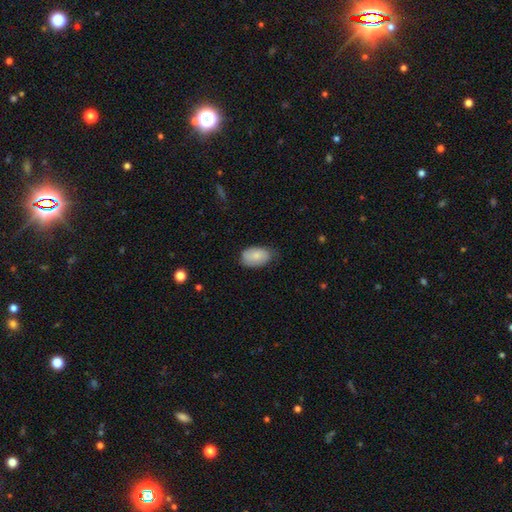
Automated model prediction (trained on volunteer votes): smooth-or-featured: smooth: 81% | featured or disk: 12% | star or artifact: 6%
  how-rounded: in between: 92% | round: 7% | cigar-shaped: 1%
  merging: none: 67% | minor disturbance: 28% | major disturbance: 5% | merger: 1%